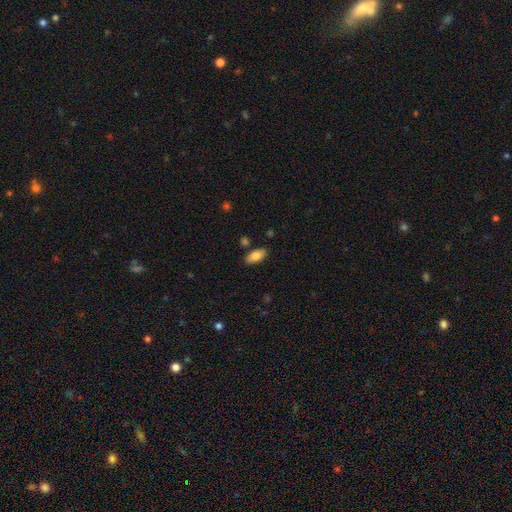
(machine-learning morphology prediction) A smooth galaxy with no disk features (79%) that is in between round and cigar-shaped (93%).

Vote fractions:
- Smooth or featured? smooth: 79% / featured or disk: 14% / star or artifact: 7%
- How rounded? in between: 93% / cigar-shaped: 5% / round: 3%
- Merging? none: 84% / minor disturbance: 10% / merger: 3% / major disturbance: 2%